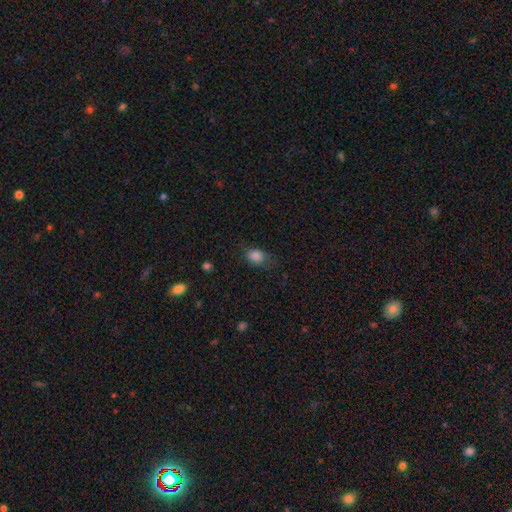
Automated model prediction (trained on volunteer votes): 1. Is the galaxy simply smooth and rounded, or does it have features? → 84% smooth, 10% star or artifact, 6% featured or disk.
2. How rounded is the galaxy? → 69% in between, 30% round, 2% cigar-shaped.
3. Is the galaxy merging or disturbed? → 57% none, 29% minor disturbance, 13% major disturbance, 2% merger.